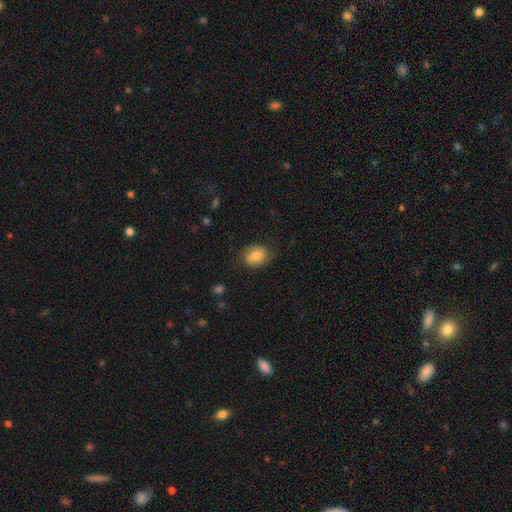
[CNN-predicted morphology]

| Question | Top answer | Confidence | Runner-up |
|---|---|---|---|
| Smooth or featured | smooth | 77% | featured or disk (15%) |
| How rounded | in between | 58% | round (41%) |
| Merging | none | 74% | minor disturbance (19%) |